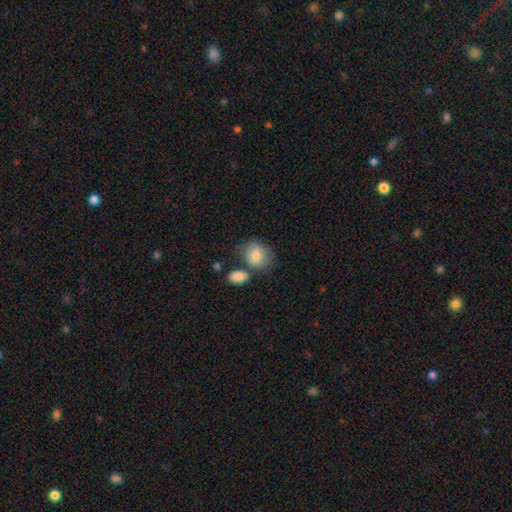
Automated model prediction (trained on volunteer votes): Morphology: type=smooth (80%); roundness=round (51%); merging=none (52%).